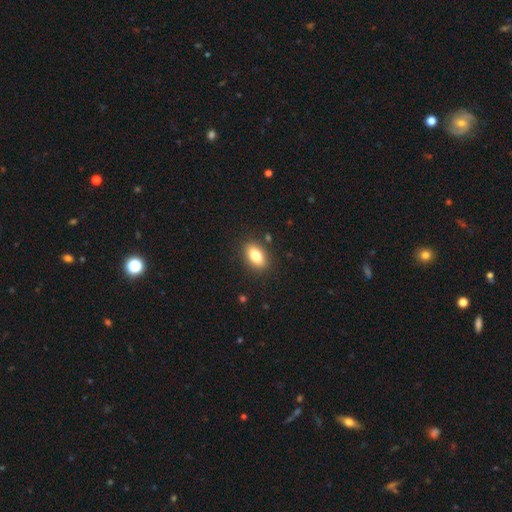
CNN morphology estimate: smooth-or-featured: smooth: 78% | featured or disk: 13% | star or artifact: 9%
  how-rounded: in between: 87% | round: 10% | cigar-shaped: 4%
  merging: none: 87% | minor disturbance: 9% | major disturbance: 3% | merger: 2%